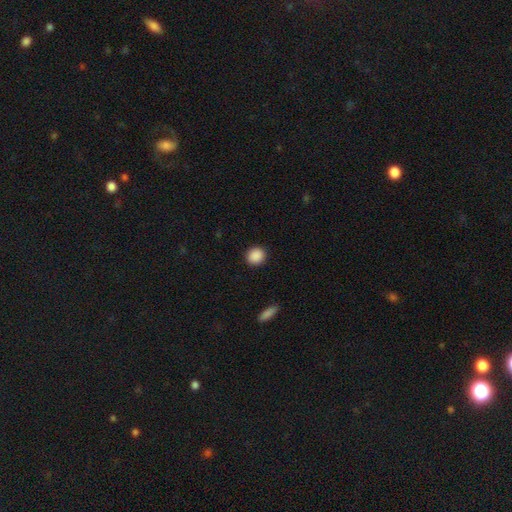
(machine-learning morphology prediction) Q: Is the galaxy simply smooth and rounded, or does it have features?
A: smooth — 90%.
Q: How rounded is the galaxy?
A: round — 84%.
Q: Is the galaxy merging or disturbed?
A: none — 91%.